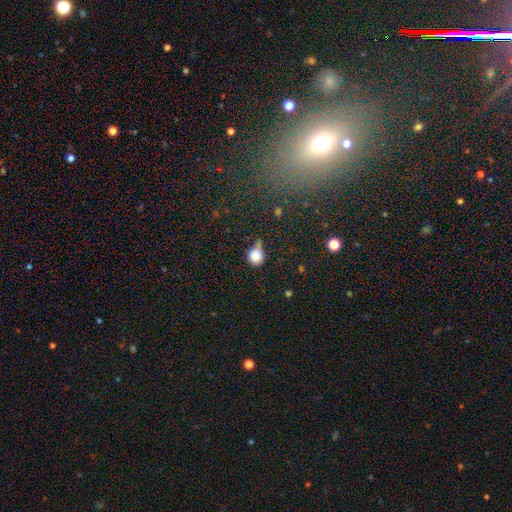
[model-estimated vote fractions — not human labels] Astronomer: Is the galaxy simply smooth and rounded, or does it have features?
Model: smooth — 83%.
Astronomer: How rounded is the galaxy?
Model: round — 83%.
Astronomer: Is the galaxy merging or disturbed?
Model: none — 44% (runner-up: minor disturbance, 35%).